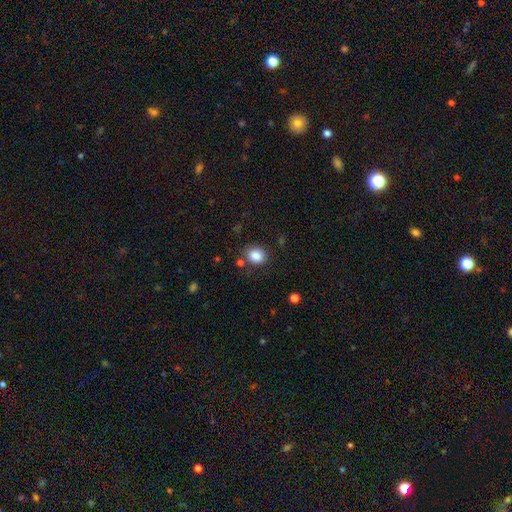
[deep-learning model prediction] This is clearly a smooth galaxy (86%). How rounded: likely round (63%). Merging: likely none (79%).